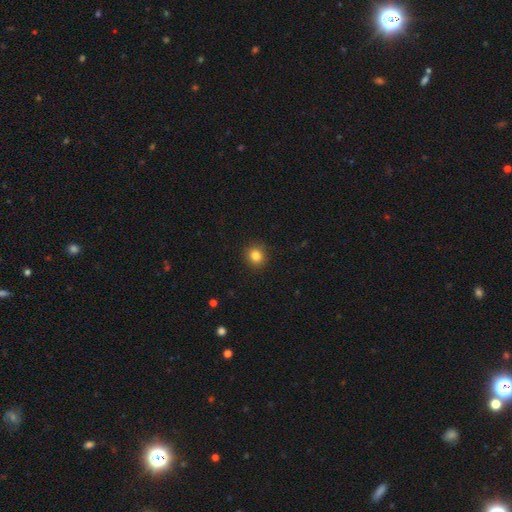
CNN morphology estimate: A smooth galaxy with no disk features (83%) that is round (90%).

Vote fractions:
- Smooth or featured? smooth: 83% / star or artifact: 11% / featured or disk: 5%
- How rounded? round: 90% / in between: 9% / cigar-shaped: 1%
- Merging? none: 91% / minor disturbance: 6% / major disturbance: 2% / merger: 1%